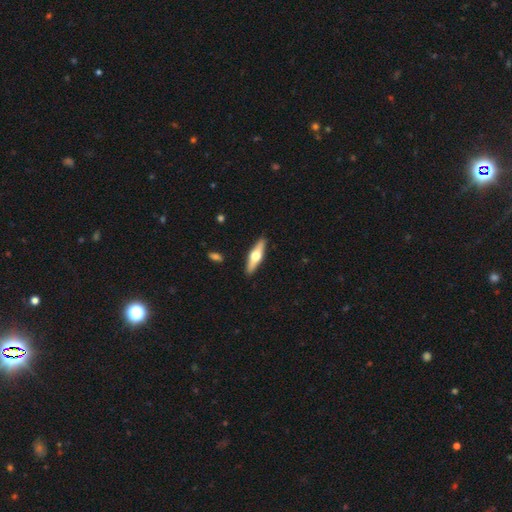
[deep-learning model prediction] This is possibly a featured or disk galaxy (59%). It is clearly viewed edge-on (93%). Edge-on bulge: clearly rounded (96%). Merging: clearly none (90%).